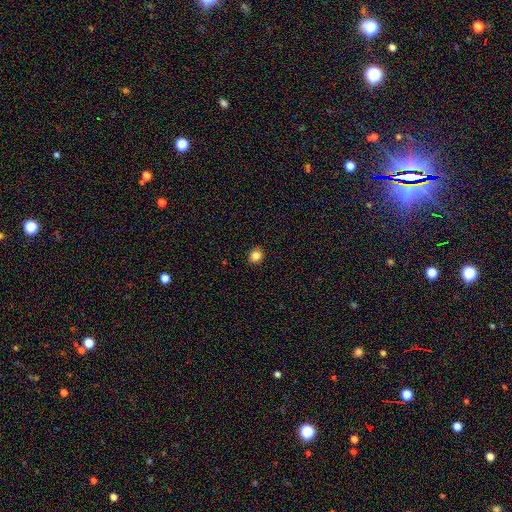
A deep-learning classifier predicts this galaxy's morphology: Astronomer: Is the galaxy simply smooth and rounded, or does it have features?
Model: smooth — 84%.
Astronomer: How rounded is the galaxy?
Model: round — 82%.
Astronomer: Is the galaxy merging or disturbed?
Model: none — 92%.